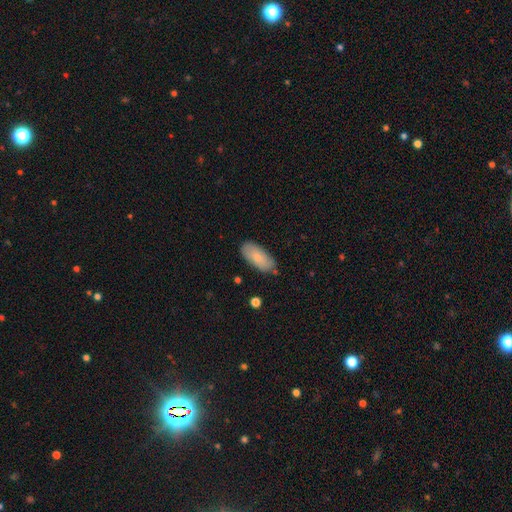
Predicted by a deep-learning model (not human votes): smooth 79%, featured or disk 15%, star or artifact 6%. Down the decision tree: how rounded — in between (90%); merging — none (80%).